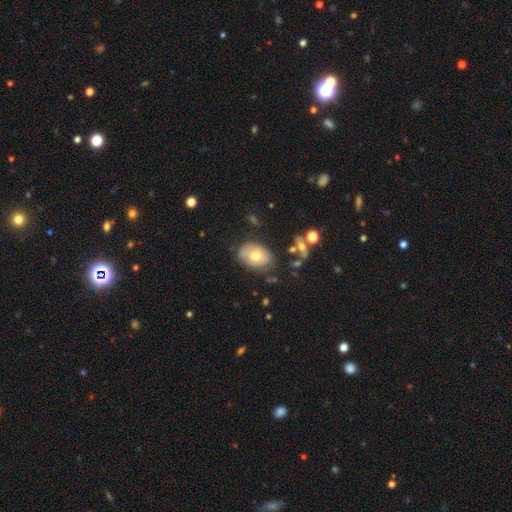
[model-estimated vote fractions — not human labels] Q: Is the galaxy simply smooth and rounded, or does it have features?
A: smooth — 67%.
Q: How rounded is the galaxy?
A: in between — 81%.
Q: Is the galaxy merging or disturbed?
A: none — 74%.